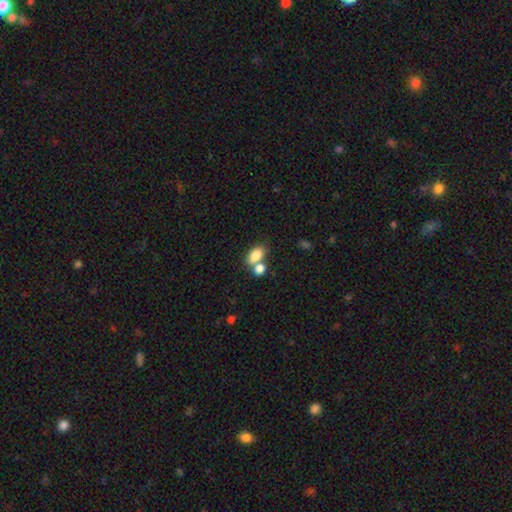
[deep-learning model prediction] Smooth or featured?
  - smooth: 82% *
  - featured or disk: 9%
  - star or artifact: 9%
How rounded?
  - in between: 87% *
  - round: 10%
  - cigar-shaped: 3%
Merging?
  - merger: 46% *
  - none: 41%
  - minor disturbance: 9%
  - major disturbance: 4%